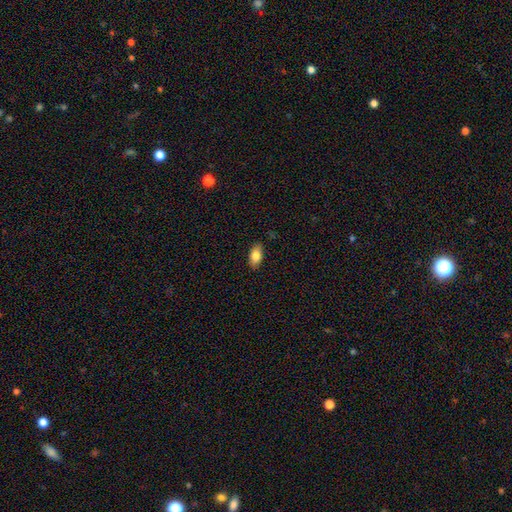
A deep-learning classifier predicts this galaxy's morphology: smooth 83%, featured or disk 10%, star or artifact 7%. Down the decision tree: how rounded — in between (90%); merging — none (87%).